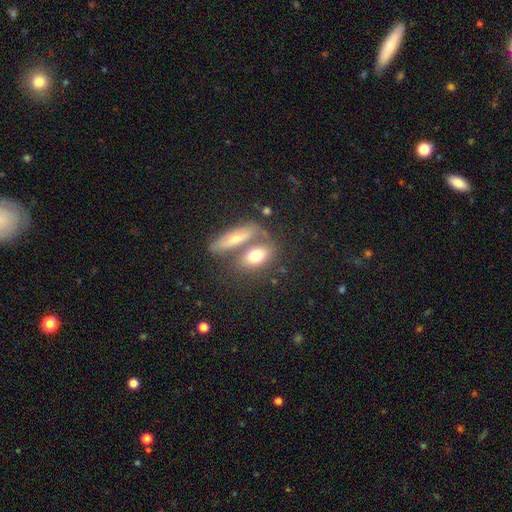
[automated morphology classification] Q: Smooth or featured?
A: smooth (69%); runner-up: featured or disk (23%)
Q: How rounded?
A: in between (73%); runner-up: round (13%)
Q: Merging?
A: none (42%); runner-up: merger (41%)